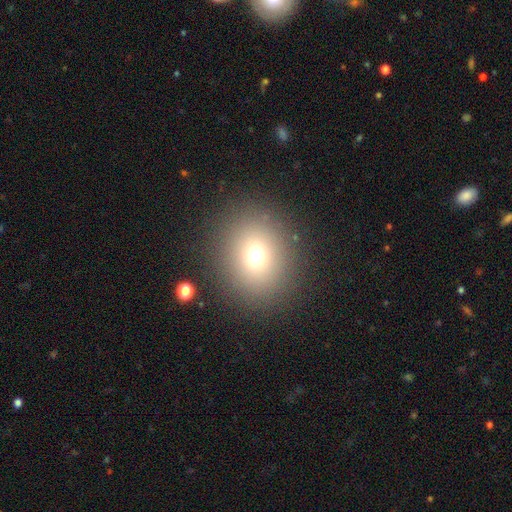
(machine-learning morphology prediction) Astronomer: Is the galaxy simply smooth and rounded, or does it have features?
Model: smooth — 70%.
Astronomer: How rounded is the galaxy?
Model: round — 75%.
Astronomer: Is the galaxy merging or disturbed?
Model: none — 87%.